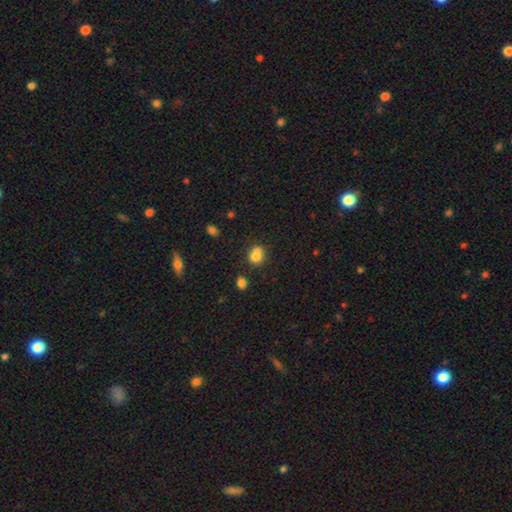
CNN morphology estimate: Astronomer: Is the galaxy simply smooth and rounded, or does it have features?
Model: smooth — 74%.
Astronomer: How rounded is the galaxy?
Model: round — 67%.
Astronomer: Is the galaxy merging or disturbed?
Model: merger — 51% (runner-up: none, 35%).